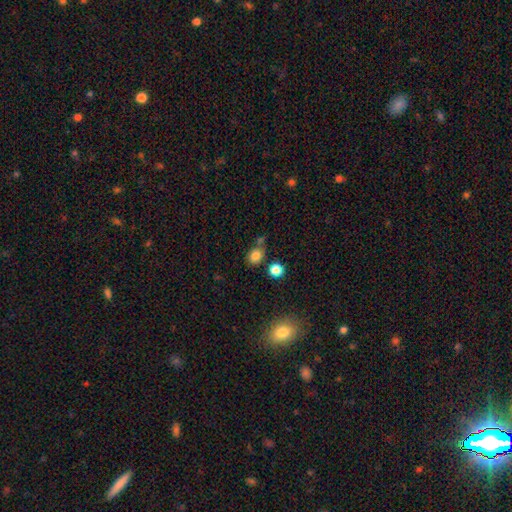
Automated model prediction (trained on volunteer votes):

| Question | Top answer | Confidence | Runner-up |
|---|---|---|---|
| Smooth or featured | smooth | 81% | star or artifact (12%) |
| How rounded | round | 52% | in between (47%) |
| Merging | none | 65% | minor disturbance (16%) |